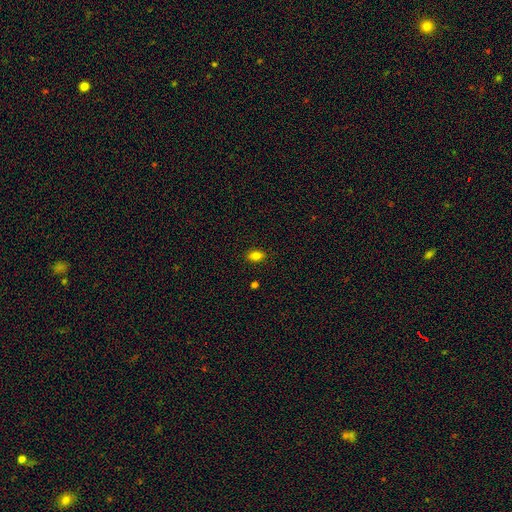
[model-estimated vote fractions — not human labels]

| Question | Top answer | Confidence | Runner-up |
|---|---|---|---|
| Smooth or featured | smooth | 83% | star or artifact (11%) |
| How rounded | in between | 86% | round (11%) |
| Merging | none | 87% | minor disturbance (9%) |